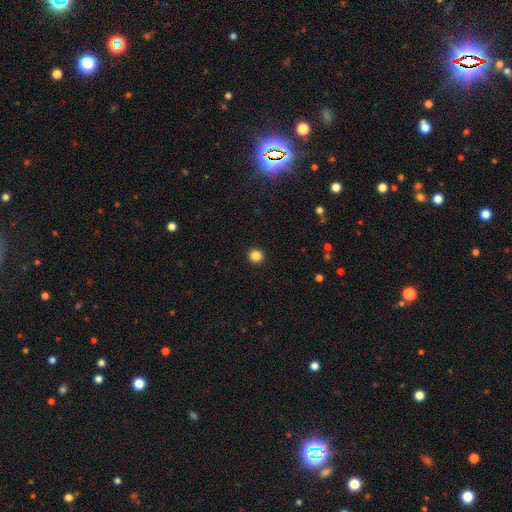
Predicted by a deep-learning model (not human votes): Morphology: type=smooth (85%); roundness=round (94%); merging=none (93%).